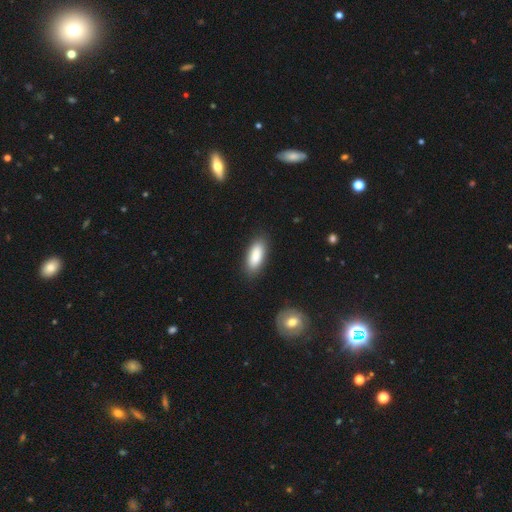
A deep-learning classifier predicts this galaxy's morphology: A smooth galaxy with no disk features (87%) that is in between round and cigar-shaped (79%).

Vote fractions:
- Smooth or featured? smooth: 87% / featured or disk: 7% / star or artifact: 6%
- How rounded? in between: 79% / cigar-shaped: 19% / round: 2%
- Merging? none: 87% / minor disturbance: 9% / major disturbance: 2% / merger: 2%